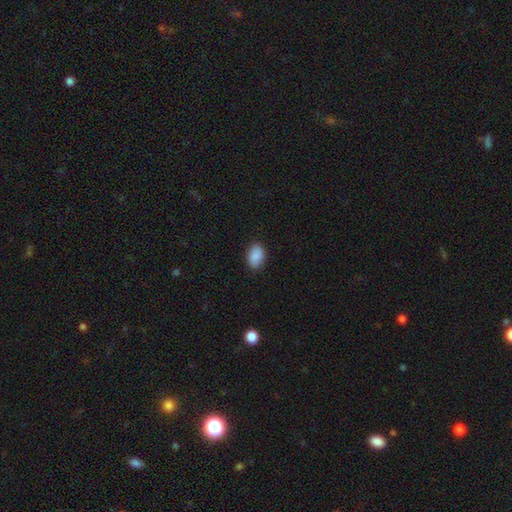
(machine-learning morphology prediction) This is clearly a smooth galaxy (89%). How rounded: clearly in between (86%). Merging: clearly none (86%).